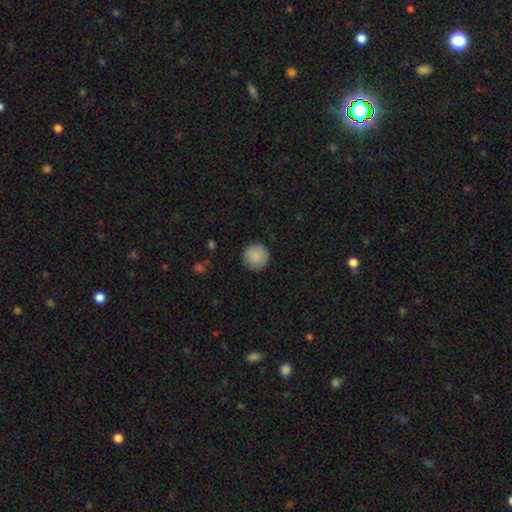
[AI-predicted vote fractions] Q: Smooth or featured?
A: smooth (88%); runner-up: star or artifact (7%)
Q: How rounded?
A: round (96%); runner-up: in between (3%)
Q: Merging?
A: none (89%); runner-up: minor disturbance (8%)